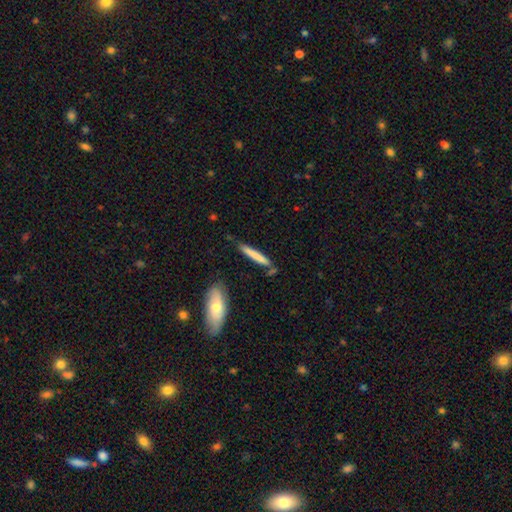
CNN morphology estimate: This is likely a smooth galaxy (73%). How rounded: clearly cigar-shaped (94%). Merging: likely none (79%).